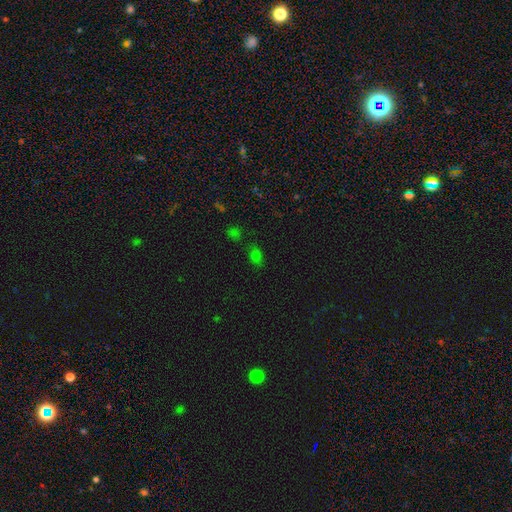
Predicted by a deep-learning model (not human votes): Smooth or featured?
  - smooth: 63% *
  - star or artifact: 30%
  - featured or disk: 7%
How rounded?
  - in between: 70% *
  - round: 27%
  - cigar-shaped: 3%
Merging?
  - none: 68% *
  - minor disturbance: 16%
  - merger: 10%
  - major disturbance: 6%